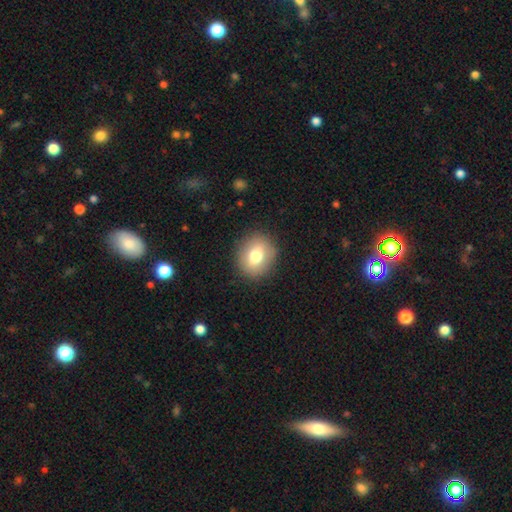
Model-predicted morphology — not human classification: smooth 75%, featured or disk 16%, star or artifact 9%. Down the decision tree: how rounded — round (71%); merging — none (89%).